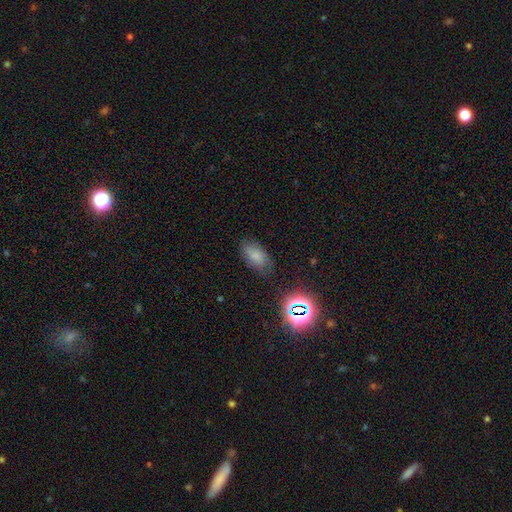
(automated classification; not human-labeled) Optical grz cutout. It shows a smooth galaxy with no disk features (75%) that is in between round and cigar-shaped (91%). Merging: none (76%).